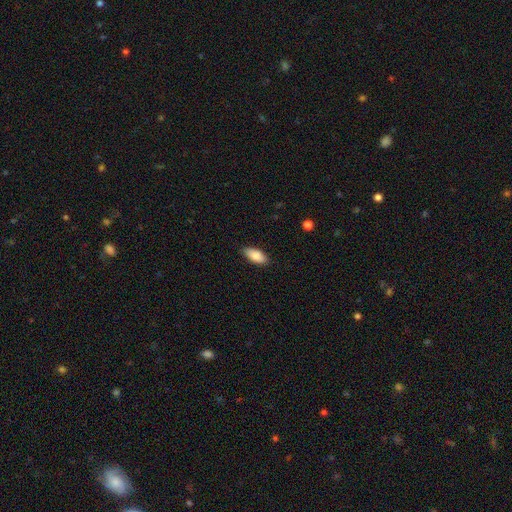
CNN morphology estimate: Overall: smooth (87%). How rounded: in between (86%). Merging: none (84%).